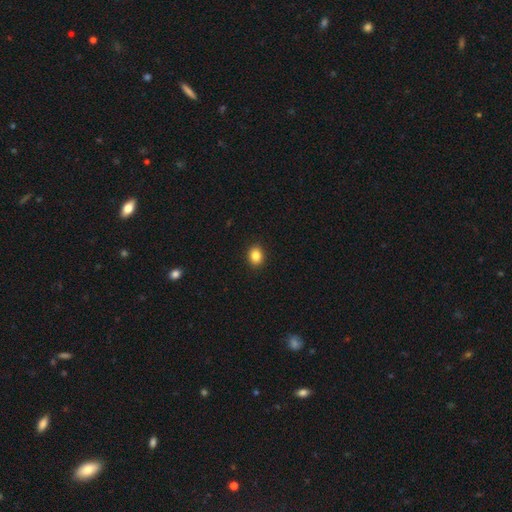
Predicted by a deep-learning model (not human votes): Smooth or featured? smooth (86%)
How rounded? round (52%)
Merging? none (92%)